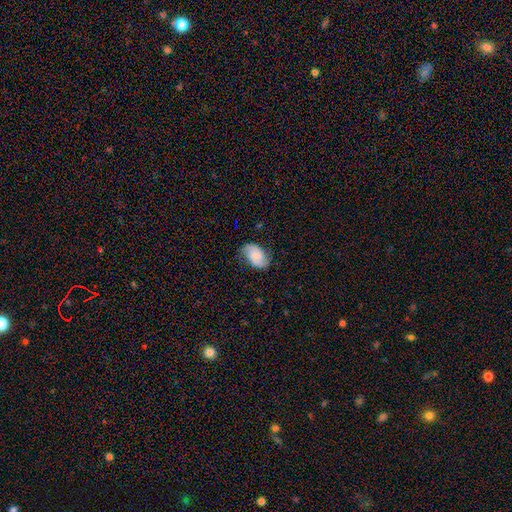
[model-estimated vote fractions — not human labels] smooth_or_featured: featured or disk (p=0.48) [alt: smooth p=0.44]
merging: none (p=0.71) [alt: minor disturbance p=0.21]